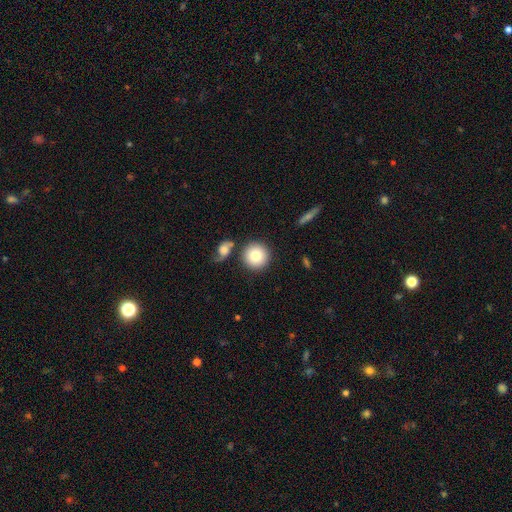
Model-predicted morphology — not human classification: A smooth galaxy with no disk features (81%) that is round (94%). Merging: none (78%).